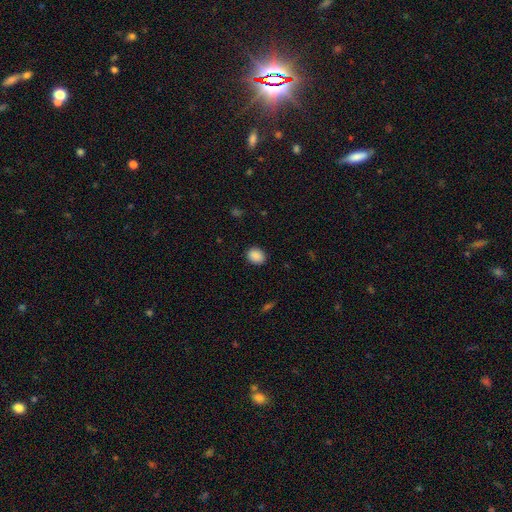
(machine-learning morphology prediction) A smooth galaxy with no disk features (89%) that is in between round and cigar-shaped (57%).

Vote fractions:
- Smooth or featured? smooth: 89% / star or artifact: 8% / featured or disk: 3%
- How rounded? in between: 57% / round: 42% / cigar-shaped: 1%
- Merging? none: 90% / minor disturbance: 7% / major disturbance: 2% / merger: 1%